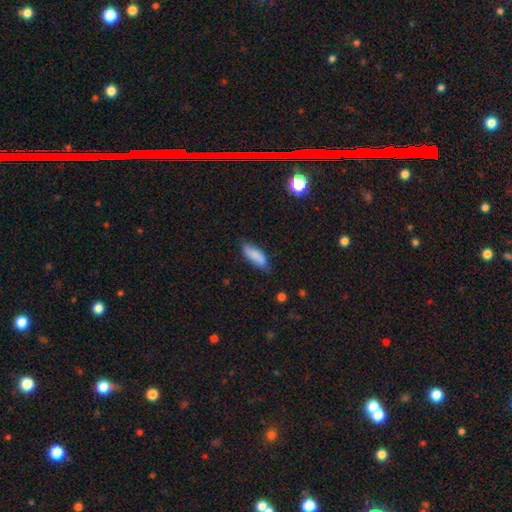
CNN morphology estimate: Overall: smooth (80%). How rounded: in between (64%; cigar-shaped 34%). Merging: none (67%).